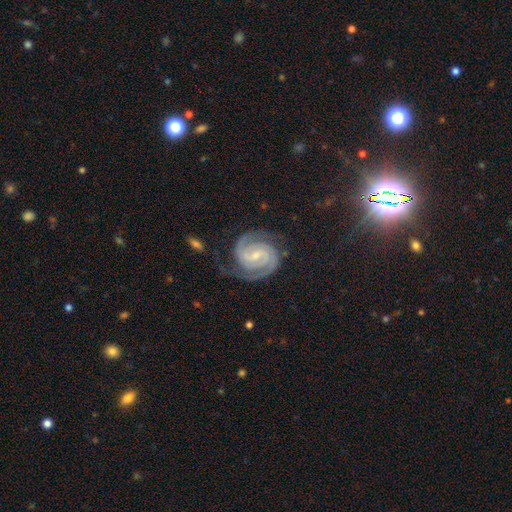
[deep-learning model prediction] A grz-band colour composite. It shows a featured or disk galaxy (92%) with a weak bar (50%), 2 (85%) tight (69%) spiral arms (99%) and a small central bulge (65%). Merging: none (76%).